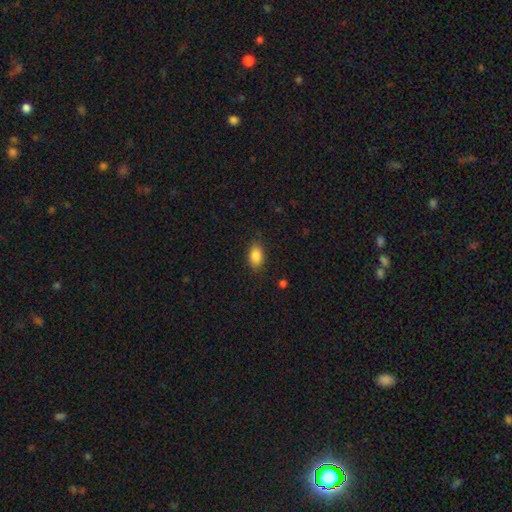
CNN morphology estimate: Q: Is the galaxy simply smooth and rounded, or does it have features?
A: smooth — 87%.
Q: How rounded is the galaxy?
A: in between — 89%.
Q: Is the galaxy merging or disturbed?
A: none — 83%.